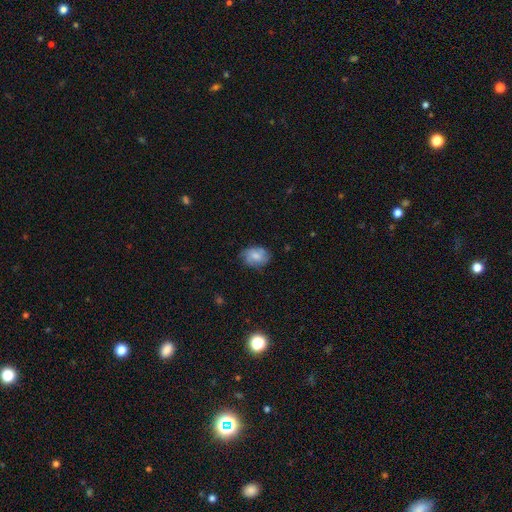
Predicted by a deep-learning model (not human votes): Smooth or featured: smooth — 68% (featured or disk — 24%)
How rounded: in between — 68% (round — 31%)
Merging: none — 67% (minor disturbance — 25%)